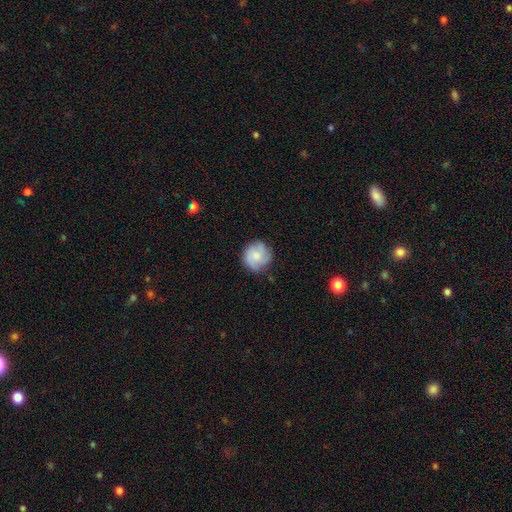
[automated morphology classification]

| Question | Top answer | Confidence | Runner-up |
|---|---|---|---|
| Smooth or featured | smooth | 59% | featured or disk (34%) |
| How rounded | round | 89% | in between (10%) |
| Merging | none | 79% | minor disturbance (16%) |